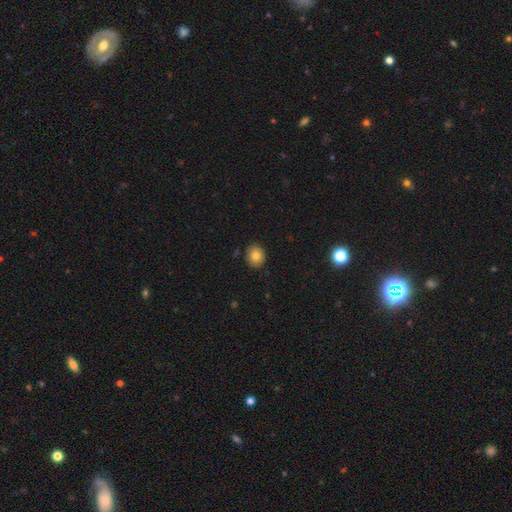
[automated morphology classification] A smooth galaxy with no disk features (81%) that is round (64%).

Vote fractions:
- Smooth or featured? smooth: 81% / star or artifact: 10% / featured or disk: 9%
- How rounded? round: 64% / in between: 35% / cigar-shaped: 1%
- Merging? none: 88% / minor disturbance: 9% / major disturbance: 2% / merger: 1%